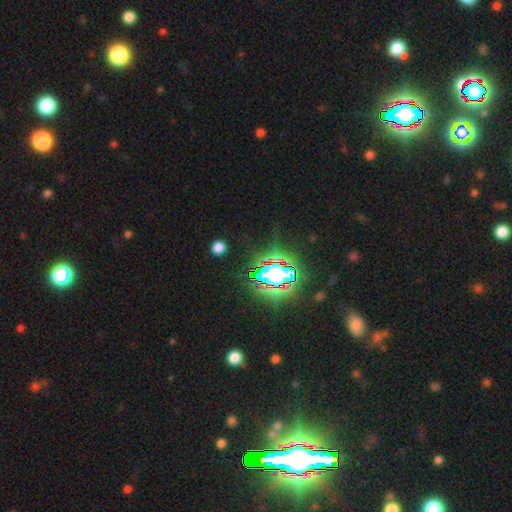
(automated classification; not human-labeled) Smooth or featured: star or artifact — 78% (smooth — 13%)